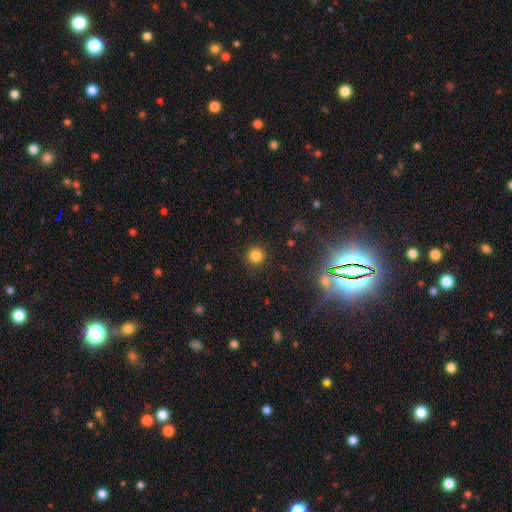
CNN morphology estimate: smooth 83%, star or artifact 13%, featured or disk 4%. Down the decision tree: how rounded — round (94%); merging — none (90%).